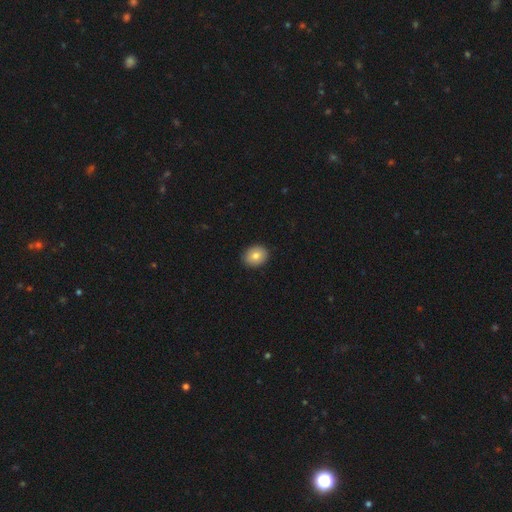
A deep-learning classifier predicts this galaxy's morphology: Smooth or featured? Predicted: smooth (p=0.80). How rounded? Predicted: round (p=0.56). Merging? Predicted: none (p=0.91).